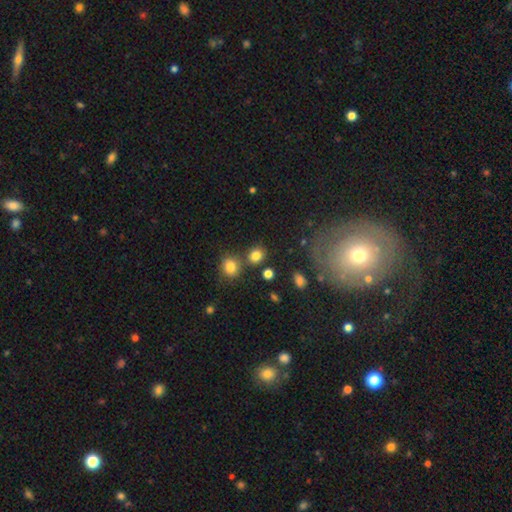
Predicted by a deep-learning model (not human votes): Smooth or featured? smooth (81%)
How rounded? round (73%)
Merging? none (71%)